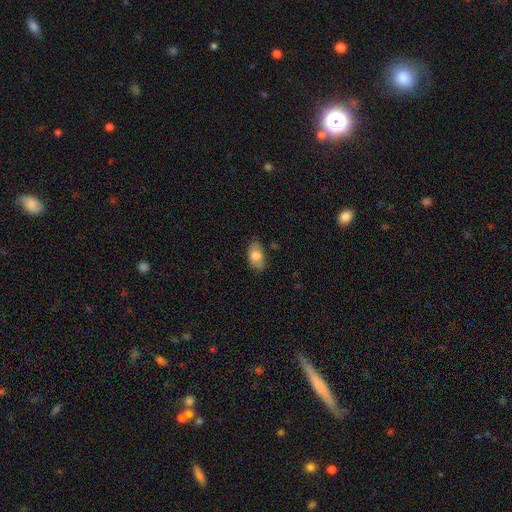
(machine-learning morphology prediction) Smooth or featured? smooth (76%)
How rounded? in between (92%)
Merging? none (75%)